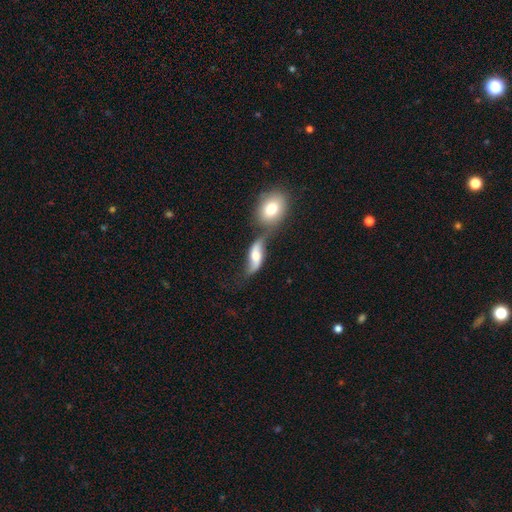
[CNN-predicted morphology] Smooth or featured: featured or disk — 62% (smooth — 31%)
Edge-on disk: no — 87% (yes — 13%)
Bar: no — 47% (weak — 37%)
Spiral arms: yes — 88% (no — 12%)
Bulge size: moderate — 49% (large — 21%)
Merging: merger — 39% (none — 35%)